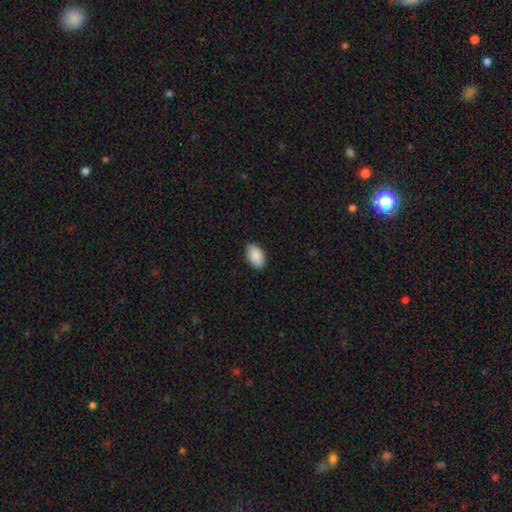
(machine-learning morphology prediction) A smooth galaxy with no disk features (89%) that is in between round and cigar-shaped (94%). Merging: none (87%).